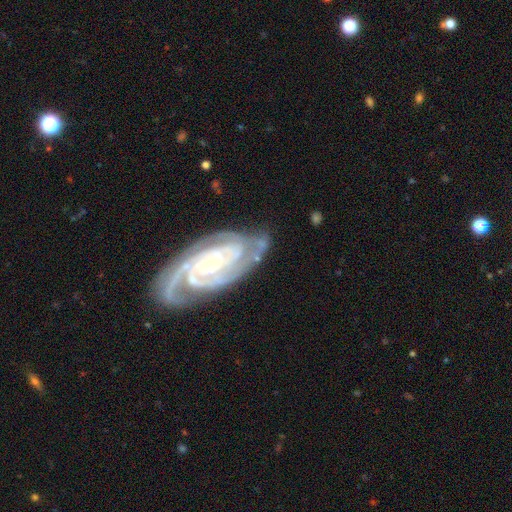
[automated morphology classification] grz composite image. It shows a featured or disk galaxy (90%) with no bar (67%), 3 (35%) tight (67%) spiral arms (98%) and a small central bulge (67%). Merging: none (65%).